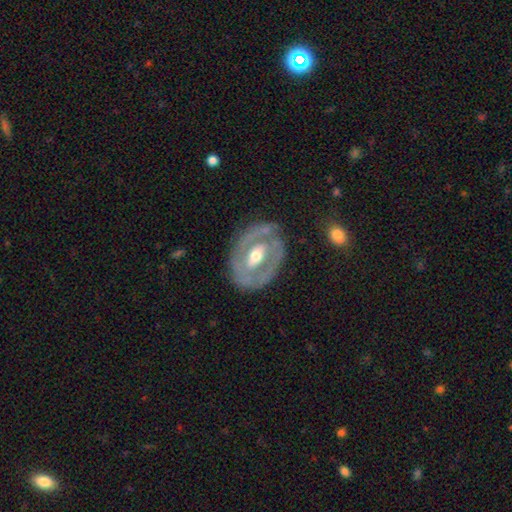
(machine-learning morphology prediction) A featured or disk galaxy (74%) with a weak bar (36%), no spiral arms (55%) and a moderate central bulge (69%). Merging: none (72%).